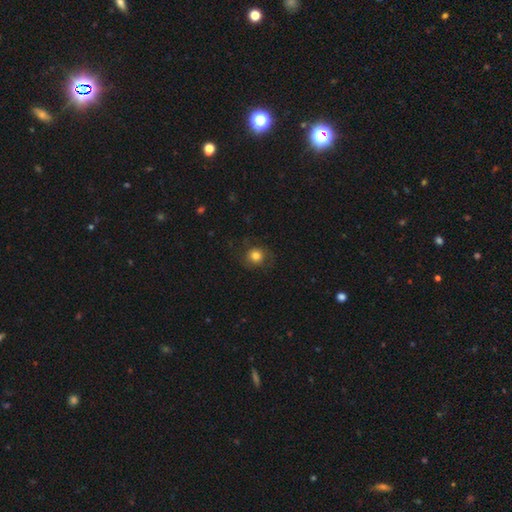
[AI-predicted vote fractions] The model was most divided on "merging": none: 75%, minor disturbance: 15%, major disturbance: 9%, merger: 1%. More confident: how rounded — round (87%); smooth or featured — smooth (78%).